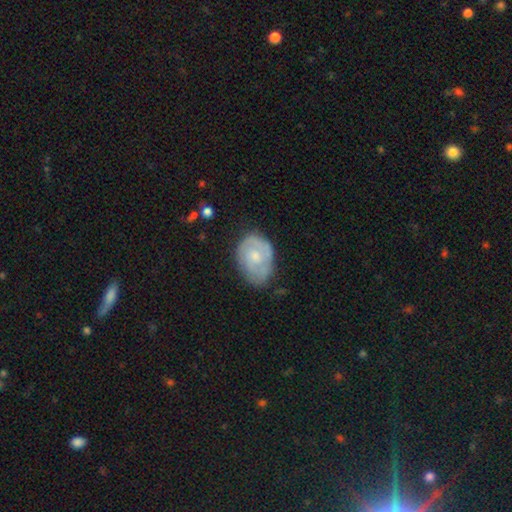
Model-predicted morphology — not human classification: A featured or disk galaxy (55%) with no bar (75%), spiral arms (71%) and a small central bulge (51%). Merging: none (58%).